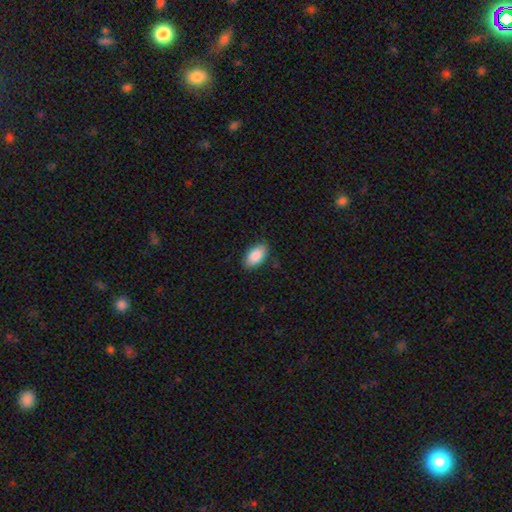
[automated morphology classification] smooth 88%, star or artifact 6%, featured or disk 5%. Down the decision tree: how rounded — in between (94%); merging — none (86%).